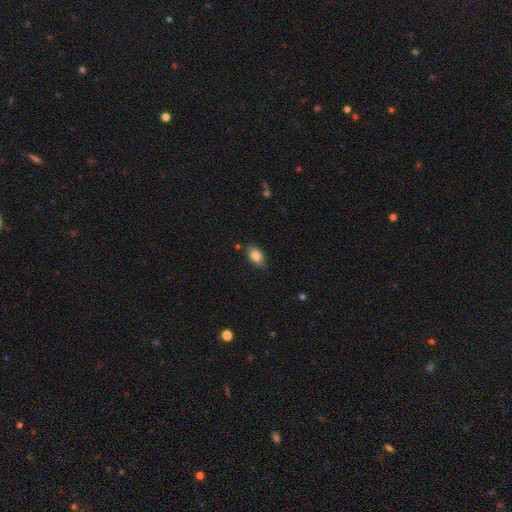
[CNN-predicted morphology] Smooth or featured? Predicted: smooth (p=0.84). How rounded? Predicted: in between (p=0.88). Merging? Predicted: none (p=0.81).